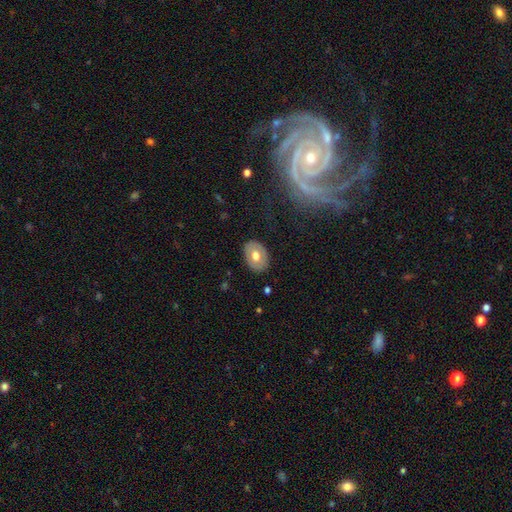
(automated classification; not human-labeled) smooth 59%, featured or disk 34%, star or artifact 6%. Down the decision tree: how rounded — in between (79%); merging — none (85%).